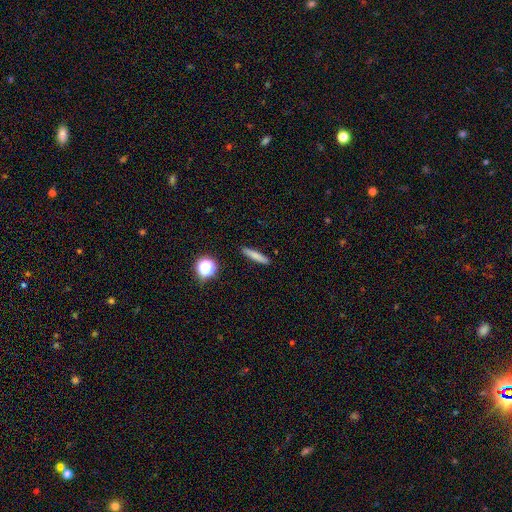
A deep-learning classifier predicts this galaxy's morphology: smooth-or-featured: smooth: 75% | featured or disk: 15% | star or artifact: 10%
  how-rounded: cigar-shaped: 87% | in between: 9% | round: 3%
  merging: none: 89% | minor disturbance: 7% | major disturbance: 2% | merger: 2%